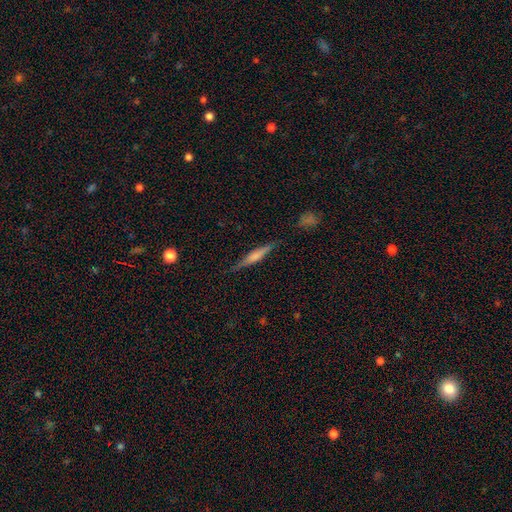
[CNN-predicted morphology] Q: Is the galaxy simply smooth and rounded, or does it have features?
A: featured or disk — 54%.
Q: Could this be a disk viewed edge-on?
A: yes — 96%.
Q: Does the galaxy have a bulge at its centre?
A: rounded — 51%.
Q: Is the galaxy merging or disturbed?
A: none — 84%.